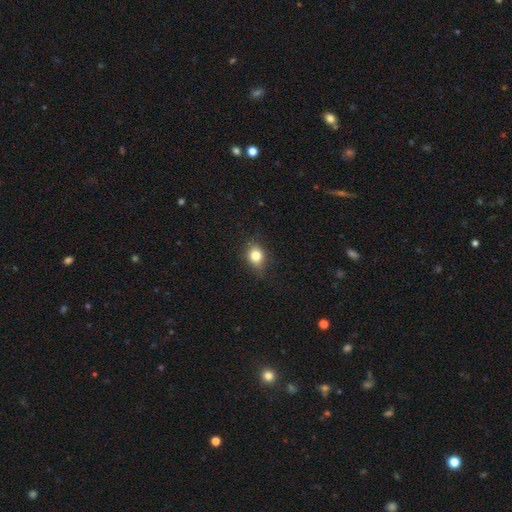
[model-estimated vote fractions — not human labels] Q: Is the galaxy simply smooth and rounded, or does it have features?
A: smooth — 80%.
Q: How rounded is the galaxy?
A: in between — 57%.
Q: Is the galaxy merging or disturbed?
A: none — 78%.